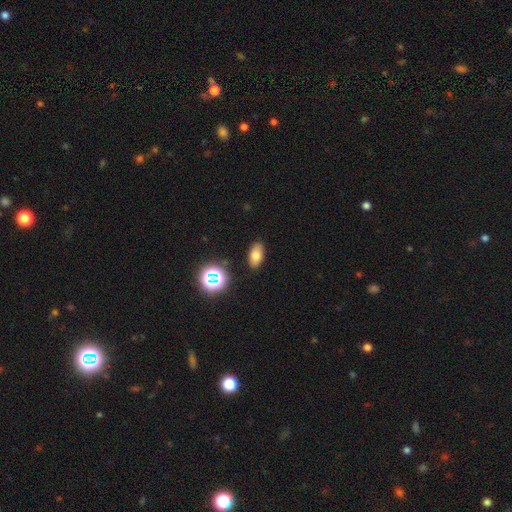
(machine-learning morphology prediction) smooth 74%, star or artifact 15%, featured or disk 11%. Down the decision tree: how rounded — in between (90%); merging — none (87%).